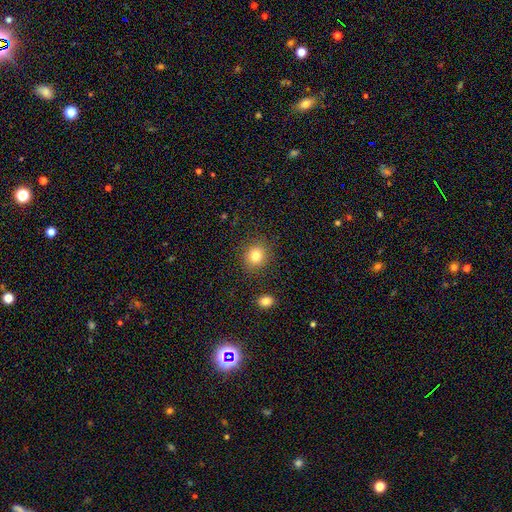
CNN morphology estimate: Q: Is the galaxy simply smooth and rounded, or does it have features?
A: smooth — 81%.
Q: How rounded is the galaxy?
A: round — 83%.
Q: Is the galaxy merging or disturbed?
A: none — 87%.